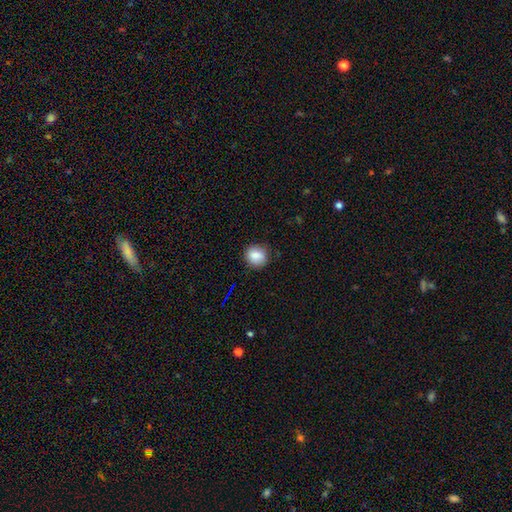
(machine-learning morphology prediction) A smooth galaxy with no disk features (83%) that is round (77%). Merging: none (84%).